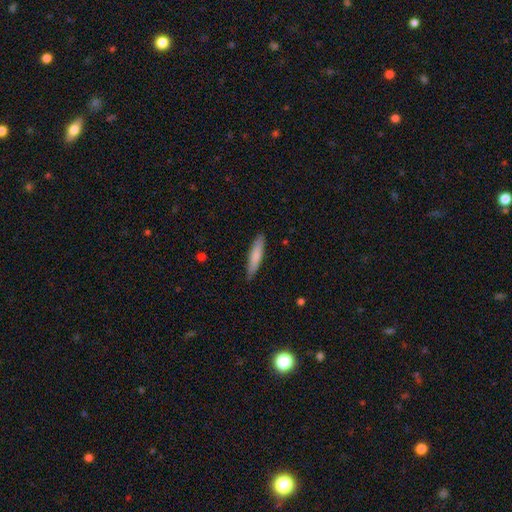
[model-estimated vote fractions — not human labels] The model was most divided on "smooth or featured": smooth: 78%, featured or disk: 16%, star or artifact: 5%. More confident: merging — none (87%); how rounded — cigar-shaped (84%).